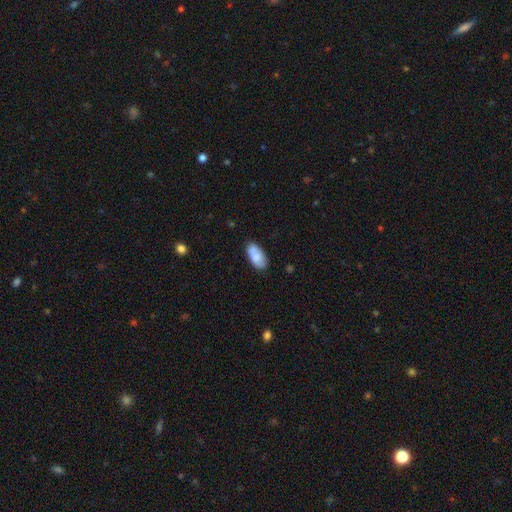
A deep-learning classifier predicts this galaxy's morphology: smooth 78%, featured or disk 15%, star or artifact 7%. Down the decision tree: how rounded — in between (92%); merging — none (72%).